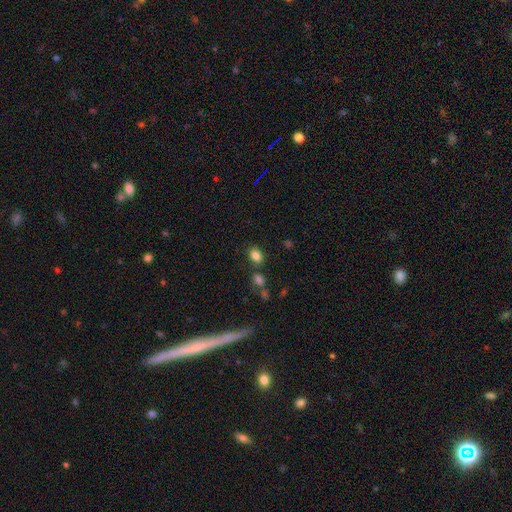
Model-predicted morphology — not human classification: Overall: smooth (82%). How rounded: in between (66%; round 33%). Merging: none (75%).